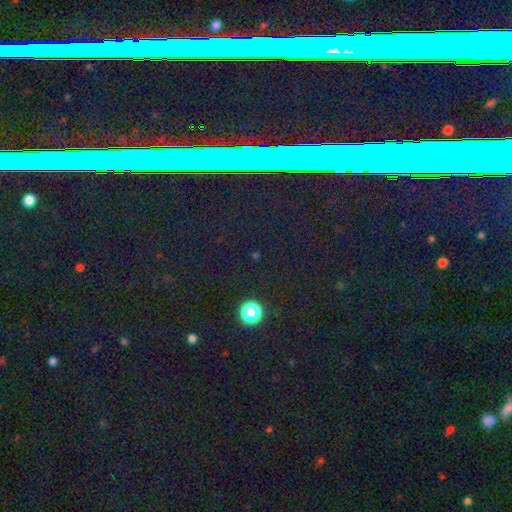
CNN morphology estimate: Smooth or featured? star or artifact (72%)